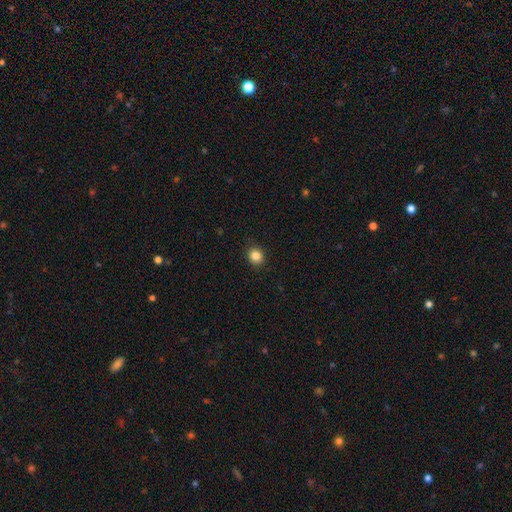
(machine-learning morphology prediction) Smooth or featured? Predicted: smooth (p=0.84). How rounded? Predicted: round (p=0.81). Merging? Predicted: none (p=0.90).